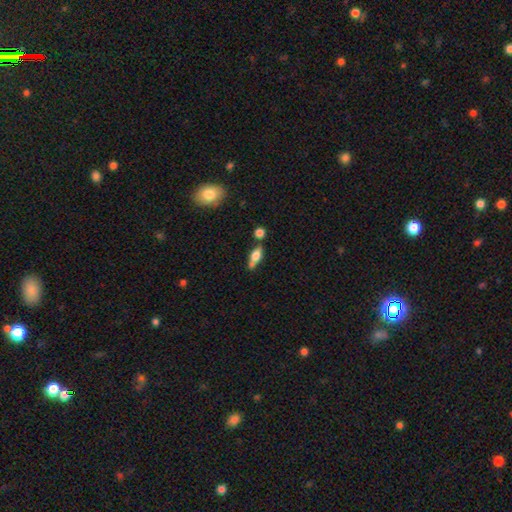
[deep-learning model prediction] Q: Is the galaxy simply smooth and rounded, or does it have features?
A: smooth — 58%.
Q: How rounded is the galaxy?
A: in between — 66%.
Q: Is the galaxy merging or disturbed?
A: none — 58%.